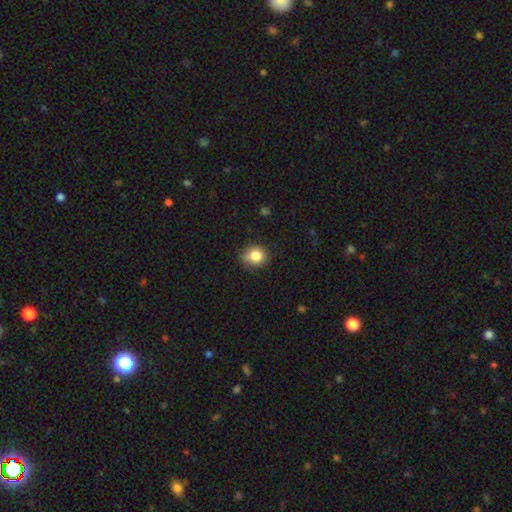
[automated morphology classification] smooth-or-featured: smooth: 82% | star or artifact: 11% | featured or disk: 7%
  how-rounded: round: 78% | in between: 21% | cigar-shaped: 1%
  merging: none: 68% | minor disturbance: 25% | major disturbance: 5% | merger: 2%